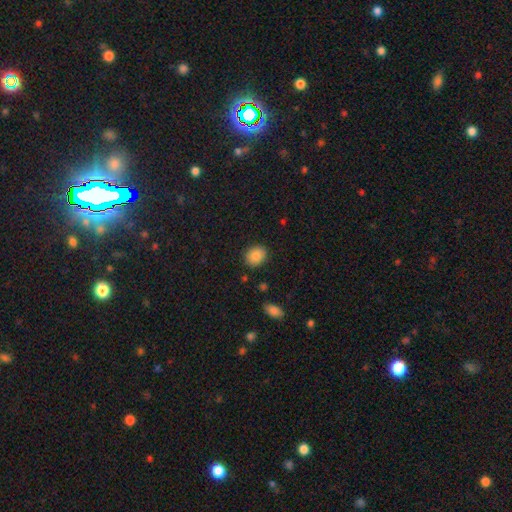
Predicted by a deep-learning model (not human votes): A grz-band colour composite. It shows a smooth galaxy with no disk features (87%) that is round (58%). Merging: none (86%).